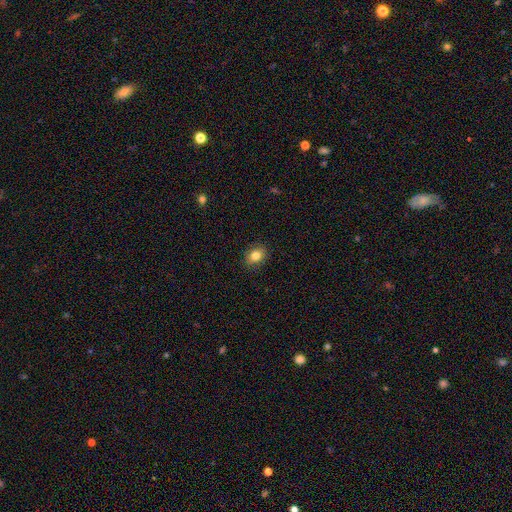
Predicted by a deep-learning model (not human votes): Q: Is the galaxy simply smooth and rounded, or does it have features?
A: smooth — 82%.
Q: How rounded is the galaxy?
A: round — 52%.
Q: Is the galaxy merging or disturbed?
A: none — 89%.